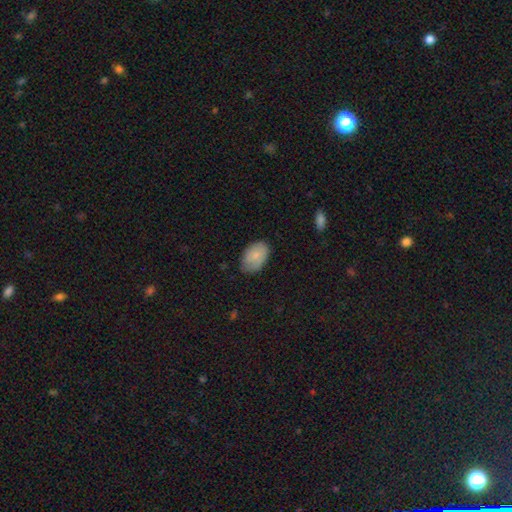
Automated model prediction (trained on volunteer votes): Morphology: type=smooth (74%); roundness=in between (89%); merging=none (71%).